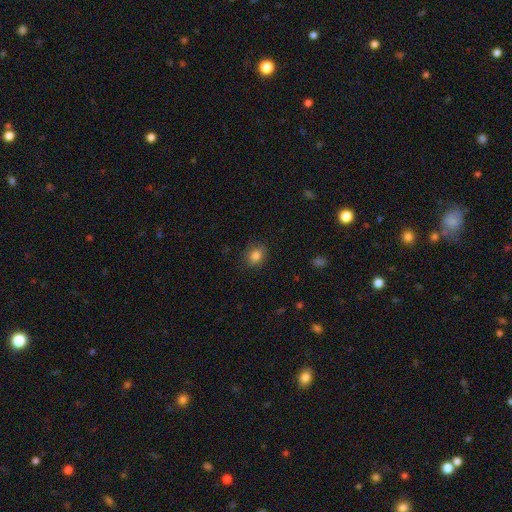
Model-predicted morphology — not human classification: Smooth or featured: smooth — 84% (star or artifact — 11%)
How rounded: round — 64% (in between — 35%)
Merging: none — 84% (minor disturbance — 12%)